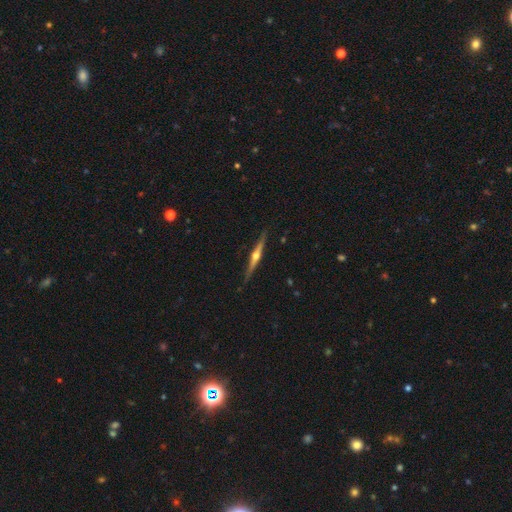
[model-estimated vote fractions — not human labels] This is clearly a featured or disk galaxy (81%). It is clearly viewed edge-on (98%). Edge-on bulge: clearly rounded (95%). Merging: clearly none (88%).